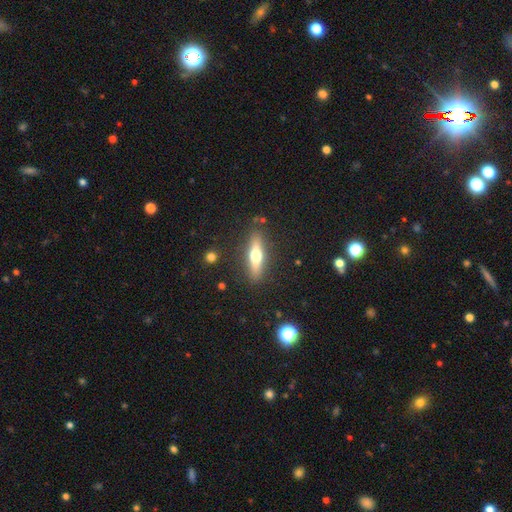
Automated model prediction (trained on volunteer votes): The model was most divided on "smooth or featured": featured or disk: 49%, smooth: 44%, star or artifact: 6%. More confident: merging — none (87%).